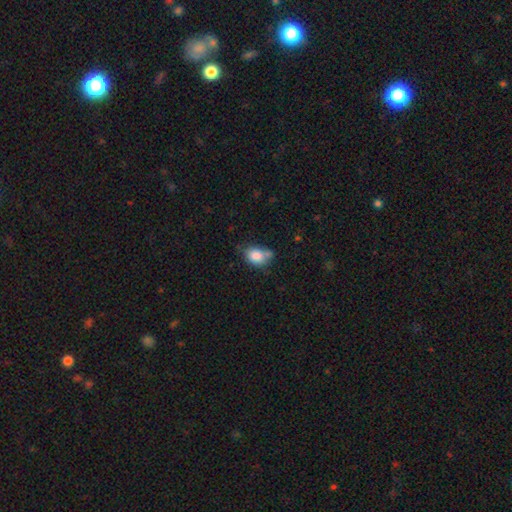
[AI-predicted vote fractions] Smooth or featured: smooth — 83% (star or artifact — 9%)
How rounded: in between — 68% (round — 31%)
Merging: none — 48% (minor disturbance — 27%)